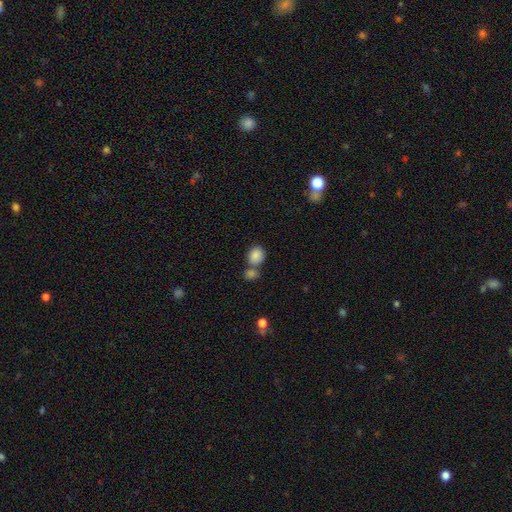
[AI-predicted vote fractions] Overall: smooth (86%). How rounded: round (67%; in between 32%). Merging: none (48%; merger 39%).